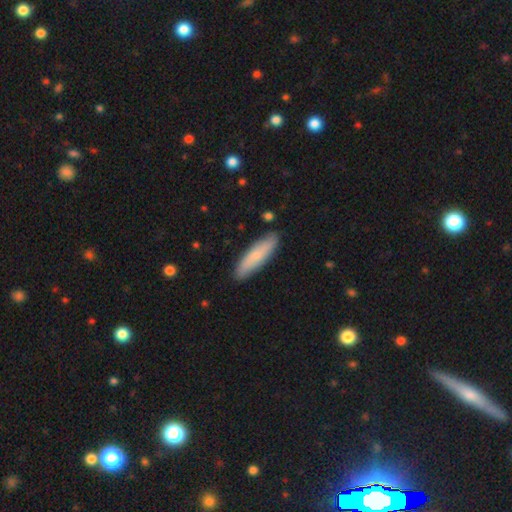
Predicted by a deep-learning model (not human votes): A smooth galaxy with no disk features (71%) that is cigar-shaped (62%). Merging: none (88%).